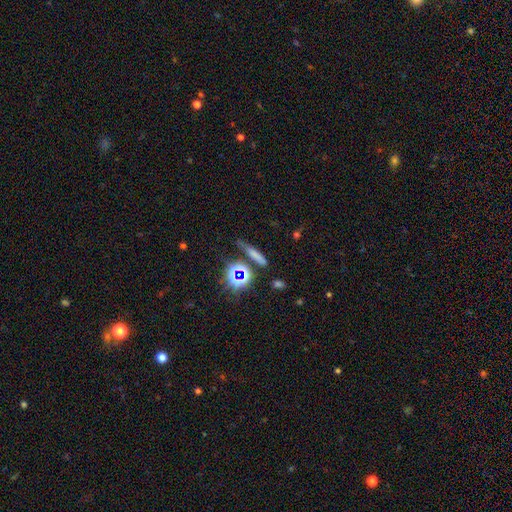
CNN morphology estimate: Smooth or featured: smooth — 58% (star or artifact — 27%)
How rounded: cigar-shaped — 76% (in between — 13%)
Merging: none — 73% (minor disturbance — 15%)